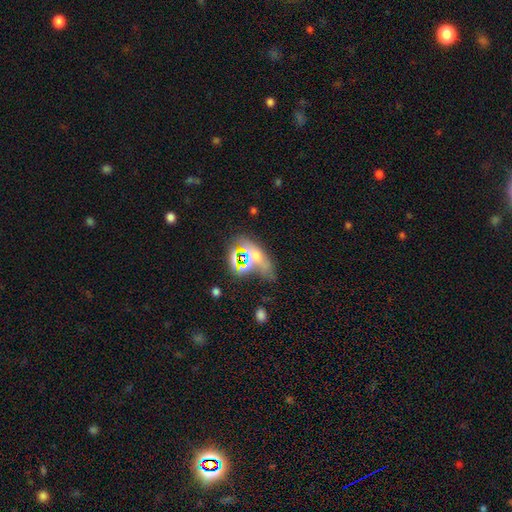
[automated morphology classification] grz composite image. It shows a smooth galaxy with no disk features (44%). Merging: none (47%).